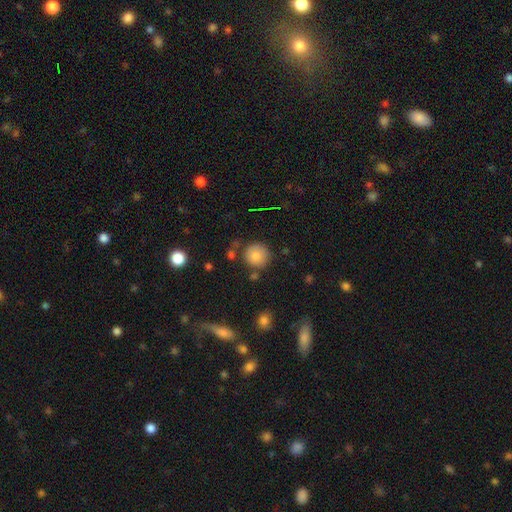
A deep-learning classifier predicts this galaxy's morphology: Smooth or featured? smooth (82%)
How rounded? round (92%)
Merging? none (76%)